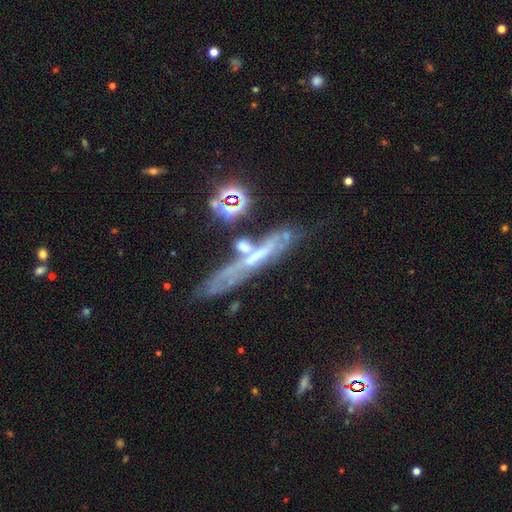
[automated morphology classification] smooth_or_featured: featured or disk (p=0.56) [alt: smooth p=0.23]
disk_edge_on: yes (p=0.61) [alt: no p=0.39]
merging: none (p=0.48) [alt: minor disturbance p=0.20]